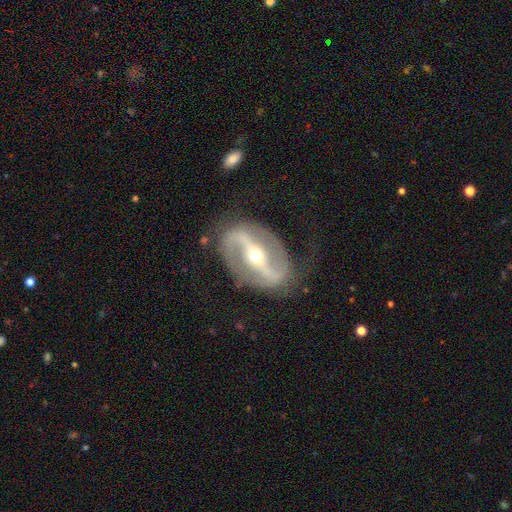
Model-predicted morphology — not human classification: This is clearly a featured or disk galaxy (88%). It is clearly not viewed edge-on (94%). Bar: likely strong (72%). Spiral arm pattern: clearly yes (81%). Spiral arm count: clearly 2 (90%). Spiral winding: marginally medium (43%). Central bulge: possibly moderate (49%). Merging: likely none (78%).